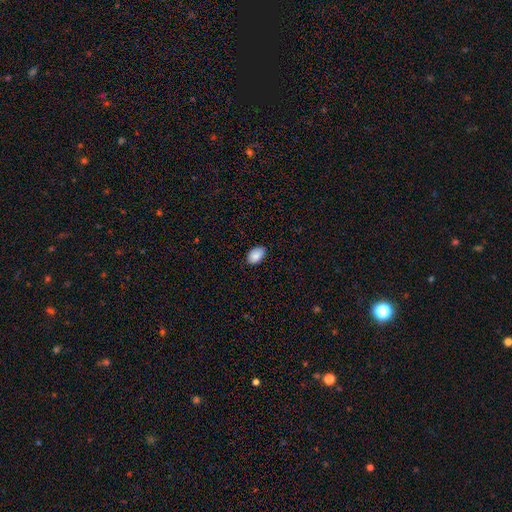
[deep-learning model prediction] Morphology: type=smooth (88%); roundness=in between (90%); merging=none (85%).